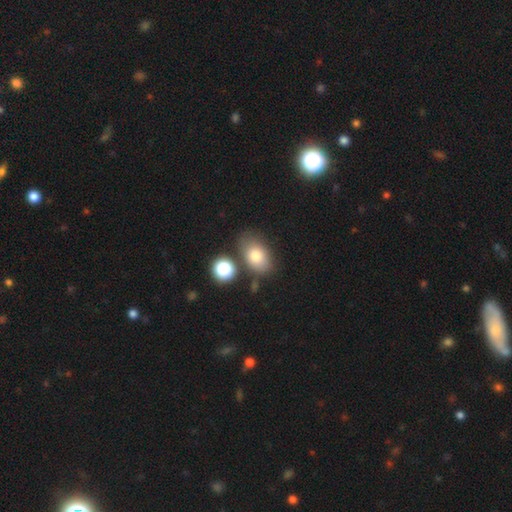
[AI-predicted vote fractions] This is likely a smooth galaxy (78%). How rounded: clearly in between (82%). Merging: likely none (66%).